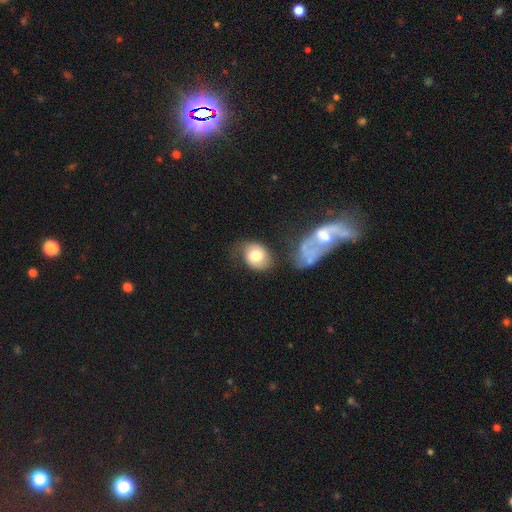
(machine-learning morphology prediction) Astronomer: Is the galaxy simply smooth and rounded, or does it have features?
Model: smooth — 68%.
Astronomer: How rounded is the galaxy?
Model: in between — 52% (runner-up: round, 47%).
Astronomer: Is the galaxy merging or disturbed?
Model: none — 54%.